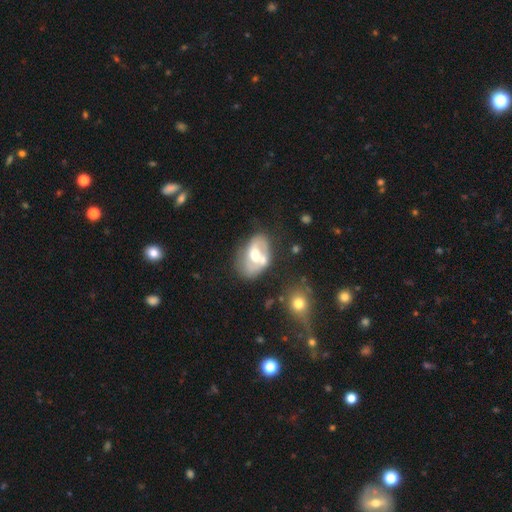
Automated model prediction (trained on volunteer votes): A featured or disk galaxy (58%) with no bar (58%), no spiral arms (61%) and a moderate central bulge (71%). Merging: none (41%).